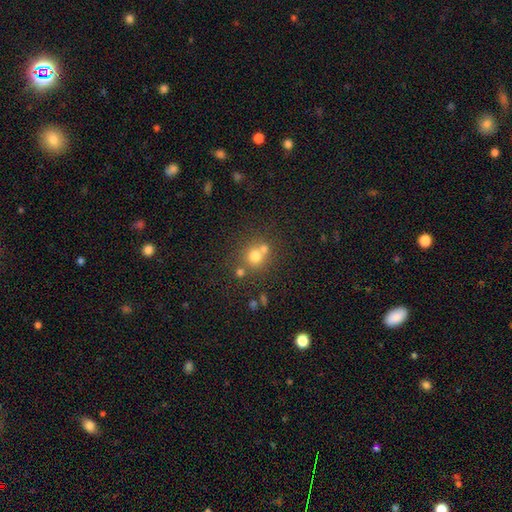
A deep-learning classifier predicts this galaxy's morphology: This appears to be a smooth galaxy with no disk features (71%) that is round (87%). Merging: none (54%).